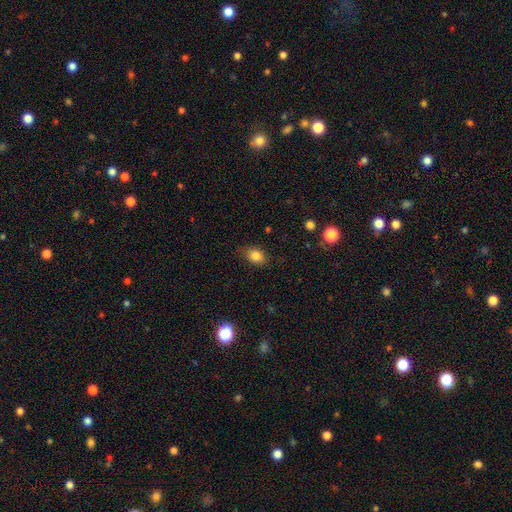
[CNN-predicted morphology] Smooth or featured?
  - smooth: 83% *
  - star or artifact: 10%
  - featured or disk: 7%
How rounded?
  - in between: 68% *
  - round: 30%
  - cigar-shaped: 1%
Merging?
  - none: 80% *
  - minor disturbance: 15%
  - major disturbance: 3%
  - merger: 1%